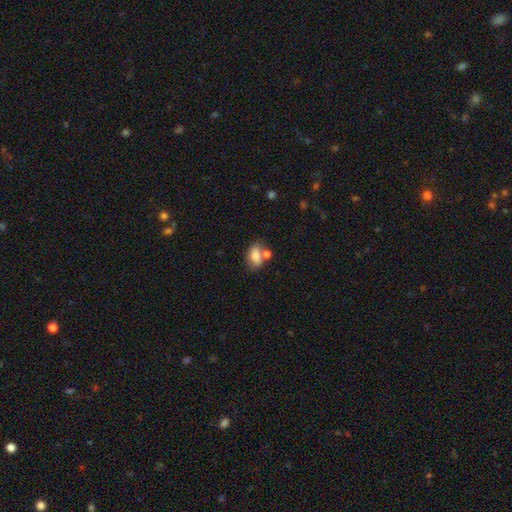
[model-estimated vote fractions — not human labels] smooth 79%, featured or disk 12%, star or artifact 8%. Down the decision tree: how rounded — in between (86%); merging — none (50%).